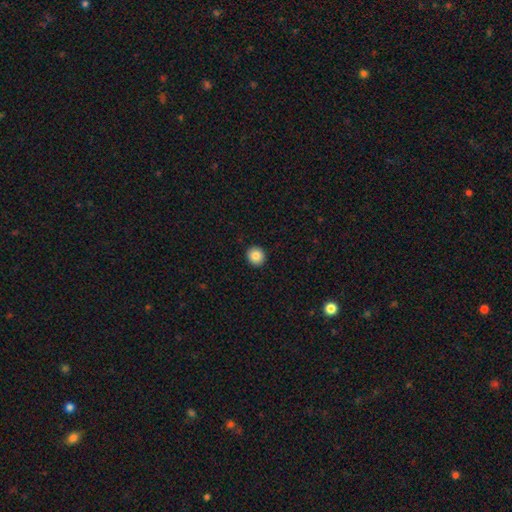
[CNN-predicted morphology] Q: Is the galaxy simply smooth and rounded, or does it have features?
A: smooth — 85%.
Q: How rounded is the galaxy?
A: round — 89%.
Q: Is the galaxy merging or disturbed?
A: none — 93%.